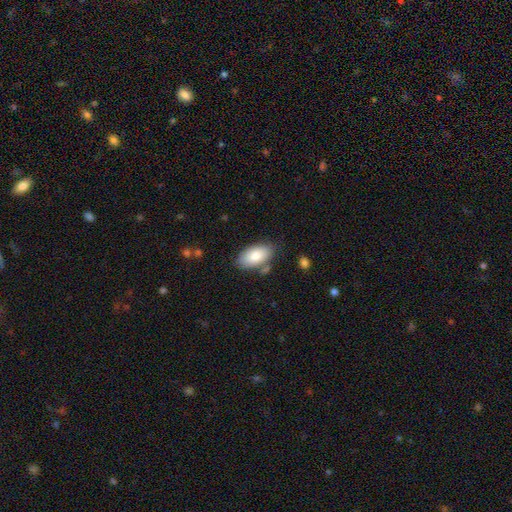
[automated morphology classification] This appears to be a smooth galaxy with no disk features (82%) that is in between round and cigar-shaped (95%). Merging: none (74%).